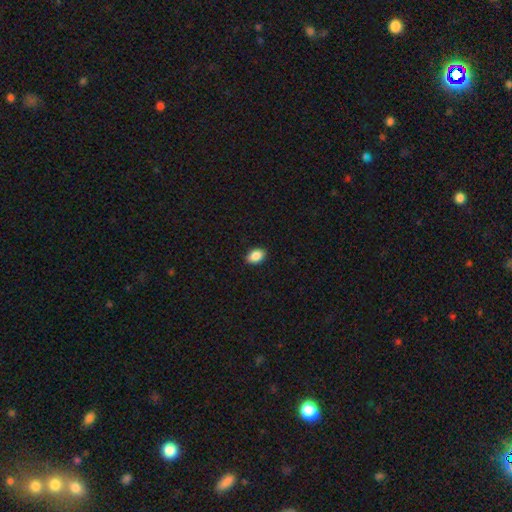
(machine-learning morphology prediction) Smooth or featured? smooth (88%)
How rounded? in between (87%)
Merging? none (90%)